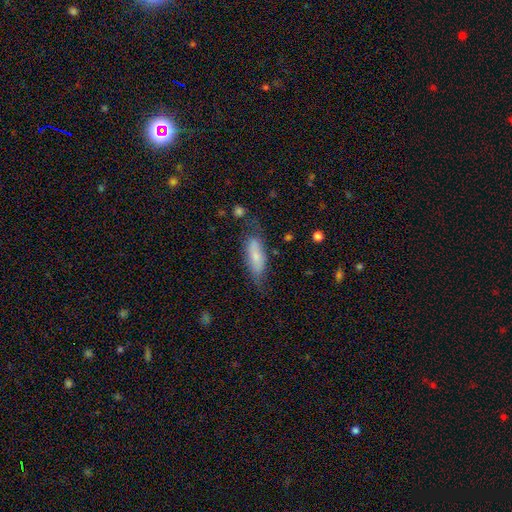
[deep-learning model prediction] This appears to be a smooth galaxy with no disk features (66%) that is in between round and cigar-shaped (67%). Merging: none (58%).